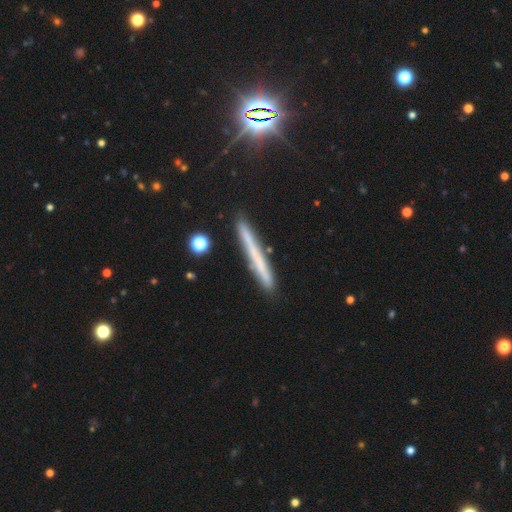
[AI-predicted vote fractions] smooth-or-featured: smooth: 49% | featured or disk: 41% | star or artifact: 11%
  merging: none: 88% | minor disturbance: 9% | merger: 2% | major disturbance: 1%